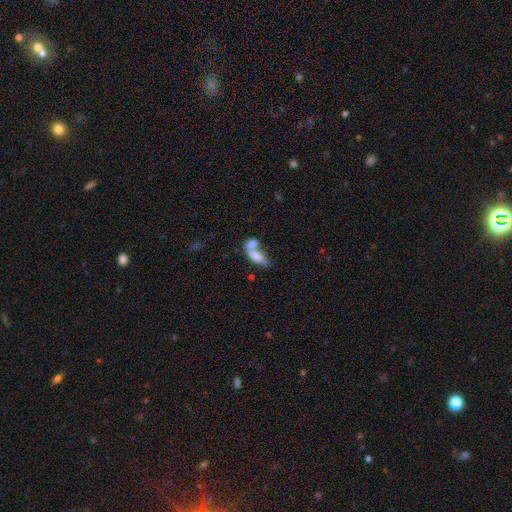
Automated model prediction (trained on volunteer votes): Smooth or featured? Predicted: smooth (p=0.76). How rounded? Predicted: in between (p=0.81). Merging? Predicted: merger (p=0.67).